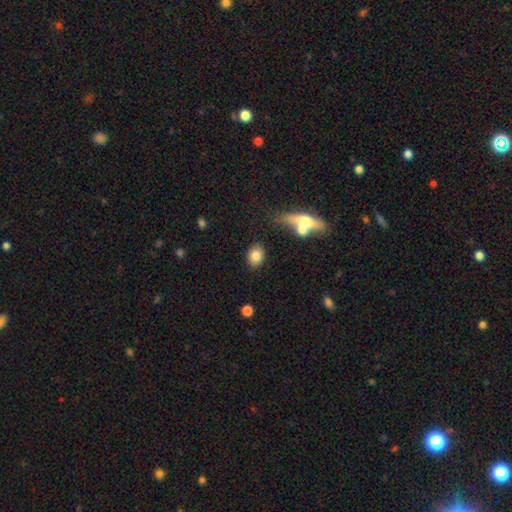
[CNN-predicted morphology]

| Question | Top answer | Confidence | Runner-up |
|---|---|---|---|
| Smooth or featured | smooth | 81% | featured or disk (11%) |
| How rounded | in between | 63% | round (34%) |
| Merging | none | 80% | minor disturbance (10%) |